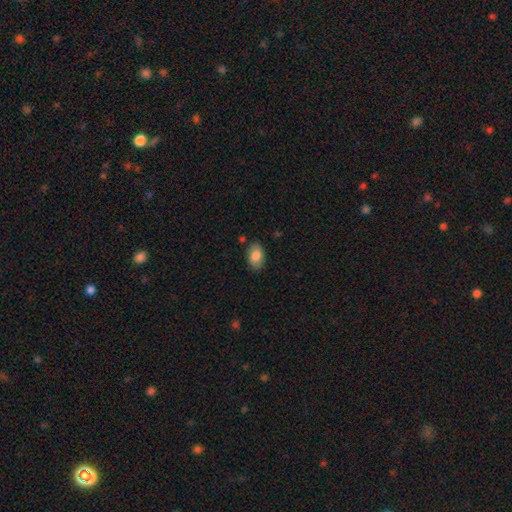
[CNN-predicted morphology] Smooth or featured? Predicted: smooth (p=0.84). How rounded? Predicted: in between (p=0.91). Merging? Predicted: none (p=0.81).